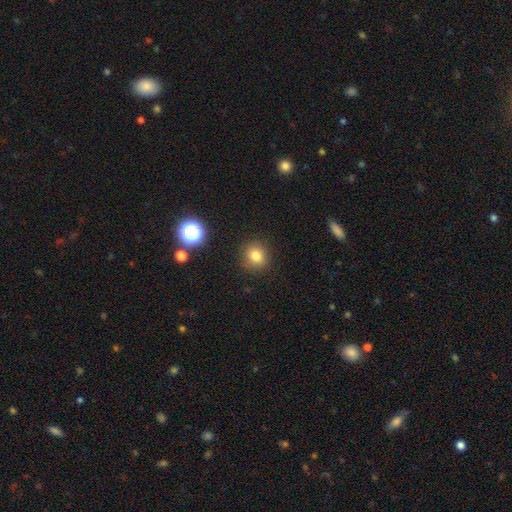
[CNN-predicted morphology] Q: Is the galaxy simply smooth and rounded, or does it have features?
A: smooth — 81%.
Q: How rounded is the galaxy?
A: round — 76%.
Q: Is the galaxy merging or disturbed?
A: none — 88%.